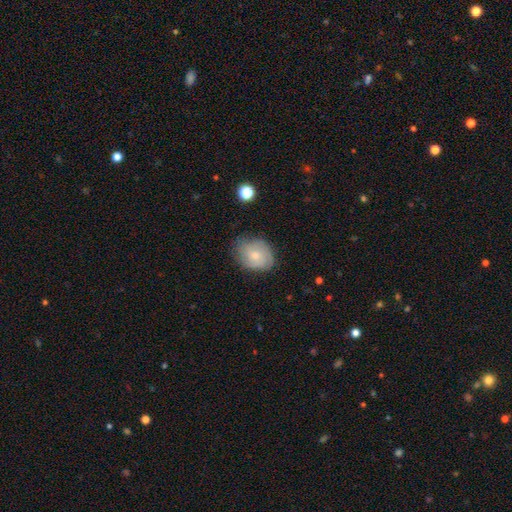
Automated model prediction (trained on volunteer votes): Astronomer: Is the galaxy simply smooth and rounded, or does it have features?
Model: smooth — 56% (runner-up: featured or disk, 36%).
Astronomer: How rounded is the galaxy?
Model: in between — 55% (runner-up: round, 44%).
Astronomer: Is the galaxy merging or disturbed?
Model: none — 69%.